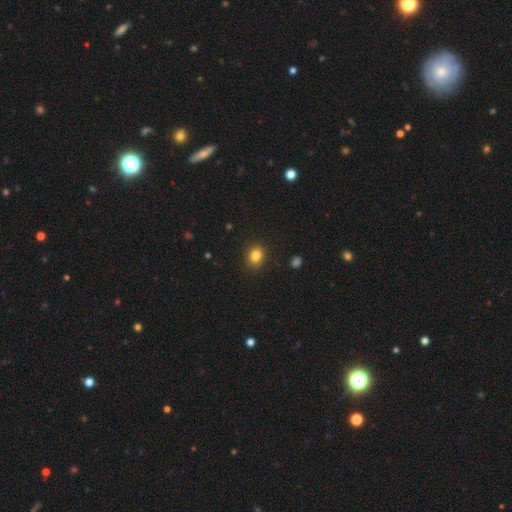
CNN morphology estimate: Smooth or featured?
  - smooth: 83% *
  - star or artifact: 11%
  - featured or disk: 6%
How rounded?
  - round: 66% *
  - in between: 33%
  - cigar-shaped: 1%
Merging?
  - none: 89% *
  - minor disturbance: 8%
  - major disturbance: 2%
  - merger: 1%